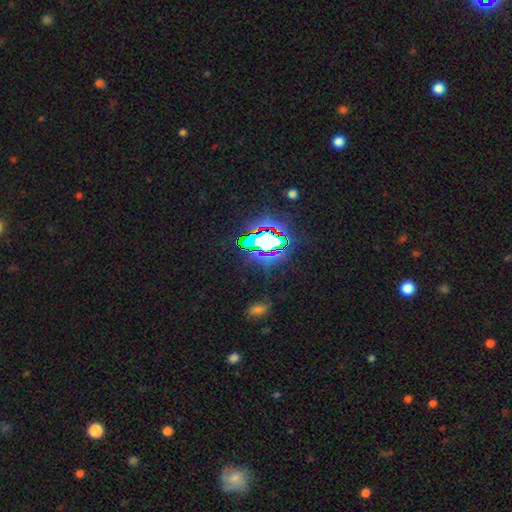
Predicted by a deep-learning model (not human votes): This is clearly a star or artifact rather than a galaxy (82%).